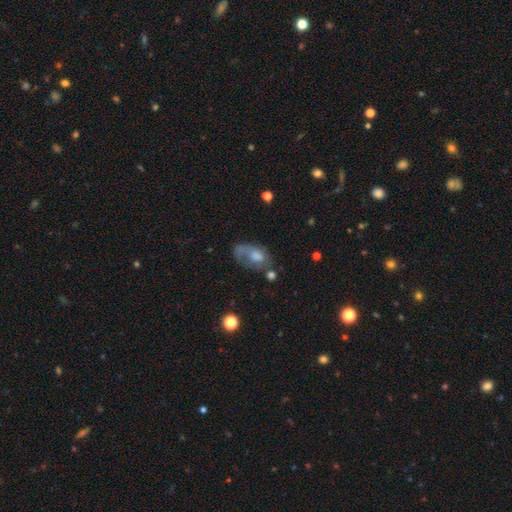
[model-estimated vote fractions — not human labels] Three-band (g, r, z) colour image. It shows a featured or disk galaxy (43%, tied with smooth). Merging: none (37%).